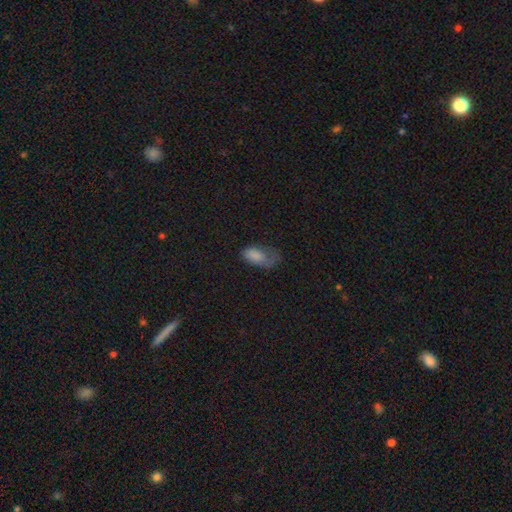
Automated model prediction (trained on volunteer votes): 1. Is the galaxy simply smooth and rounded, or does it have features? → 73% smooth, 19% featured or disk, 8% star or artifact.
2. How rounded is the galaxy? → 93% in between, 5% round, 3% cigar-shaped.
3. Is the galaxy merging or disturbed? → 40% major disturbance, 29% minor disturbance, 29% none, 3% merger.